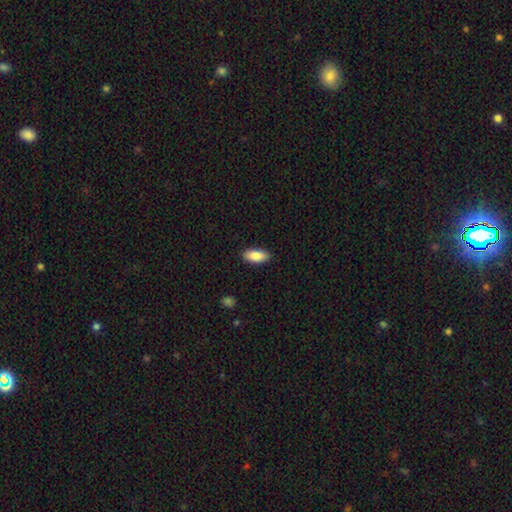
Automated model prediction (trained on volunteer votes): smooth 87%, featured or disk 7%, star or artifact 6%. Down the decision tree: how rounded — in between (87%); merging — none (89%).